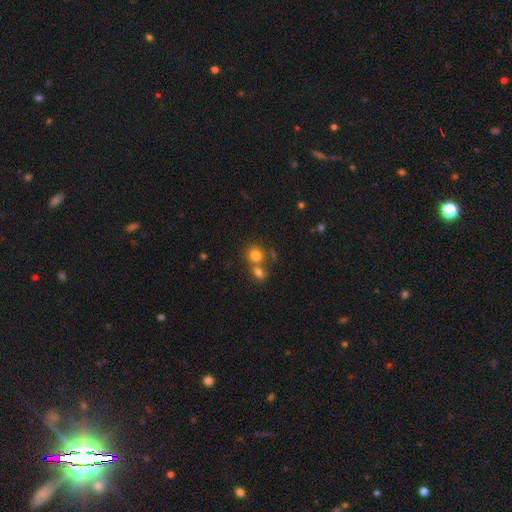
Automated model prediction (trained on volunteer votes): smooth_or_featured: smooth (p=0.78) [alt: star or artifact p=0.12]
how_rounded: round (p=0.75) [alt: in between p=0.24]
merging: merger (p=0.45) [alt: none p=0.43]